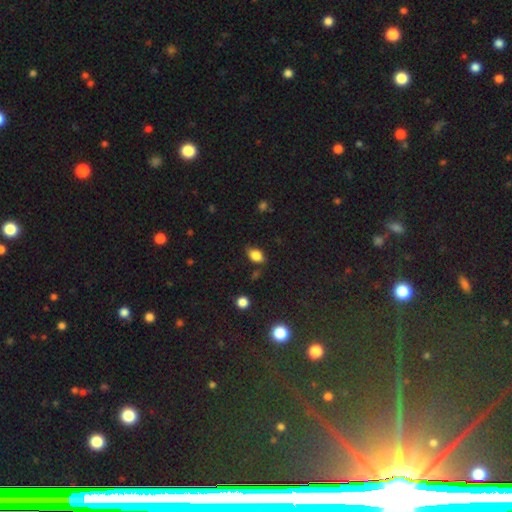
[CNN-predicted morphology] This appears to be a smooth galaxy with no disk features (82%) that is in between round and cigar-shaped (82%). Merging: none (71%).